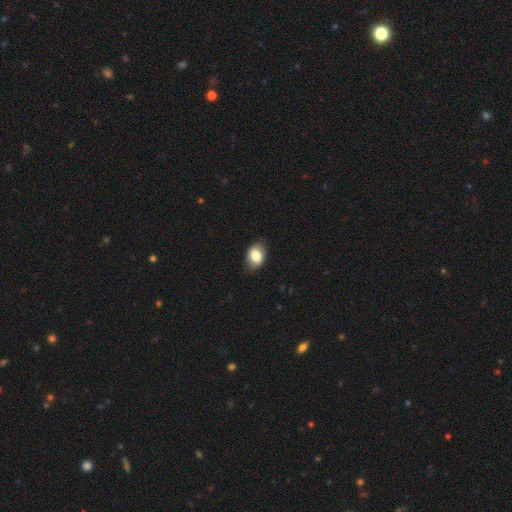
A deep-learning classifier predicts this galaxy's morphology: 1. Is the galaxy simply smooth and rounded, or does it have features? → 78% smooth, 14% featured or disk, 8% star or artifact.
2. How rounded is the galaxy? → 77% in between, 22% round, 1% cigar-shaped.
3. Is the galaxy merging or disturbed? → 79% none, 16% minor disturbance, 3% major disturbance, 1% merger.